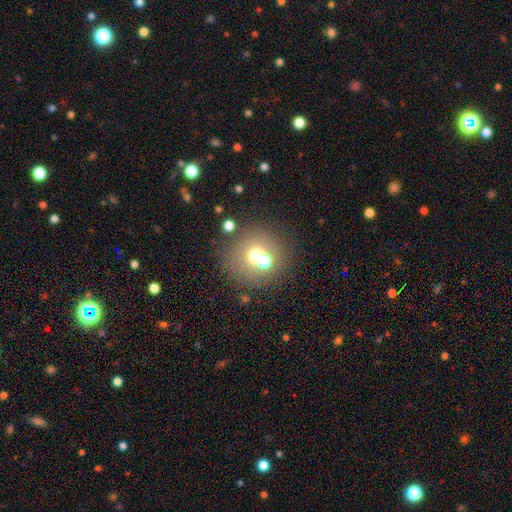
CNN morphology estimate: Q: Smooth or featured?
A: smooth (59%); runner-up: featured or disk (21%)
Q: How rounded?
A: round (89%); runner-up: in between (10%)
Q: Merging?
A: none (61%); runner-up: merger (26%)